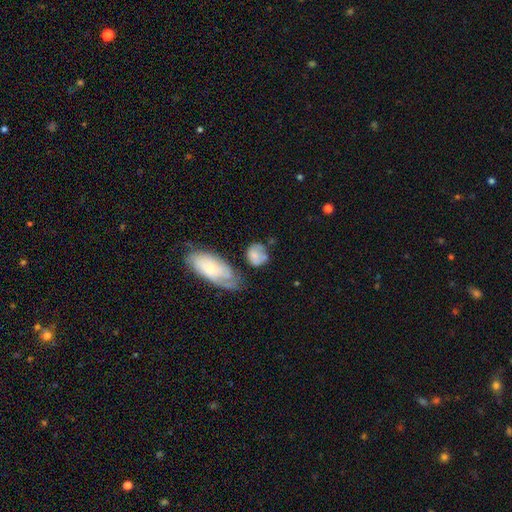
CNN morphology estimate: smooth_or_featured: smooth (p=0.64) [alt: featured or disk p=0.28]
how_rounded: round (p=0.58) [alt: in between p=0.39]
merging: none (p=0.44) [alt: minor disturbance p=0.24]